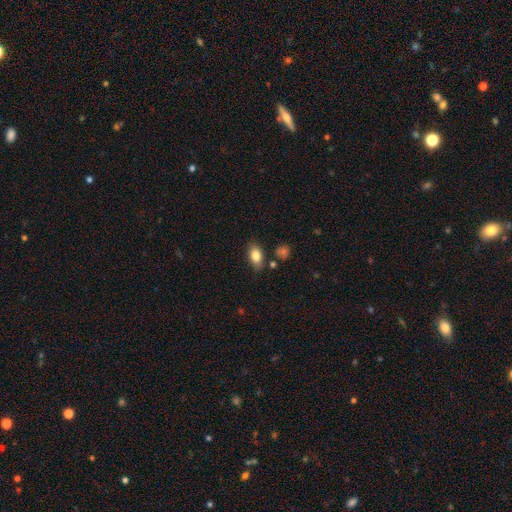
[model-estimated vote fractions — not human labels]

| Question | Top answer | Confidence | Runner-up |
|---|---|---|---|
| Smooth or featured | smooth | 82% | featured or disk (10%) |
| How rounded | in between | 87% | round (8%) |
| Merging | none | 78% | minor disturbance (15%) |